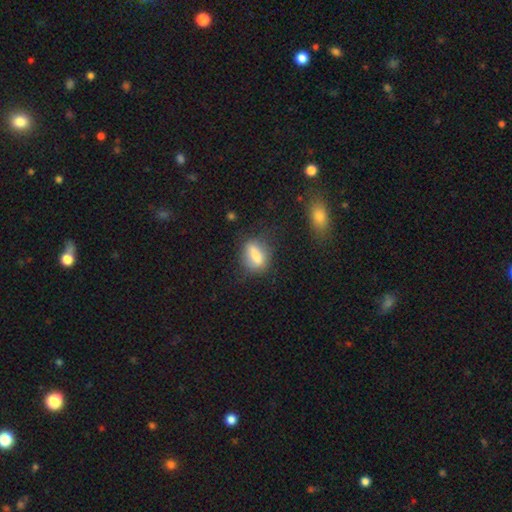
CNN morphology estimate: A smooth galaxy with no disk features (71%) that is in between round and cigar-shaped (64%). Merging: none (64%).